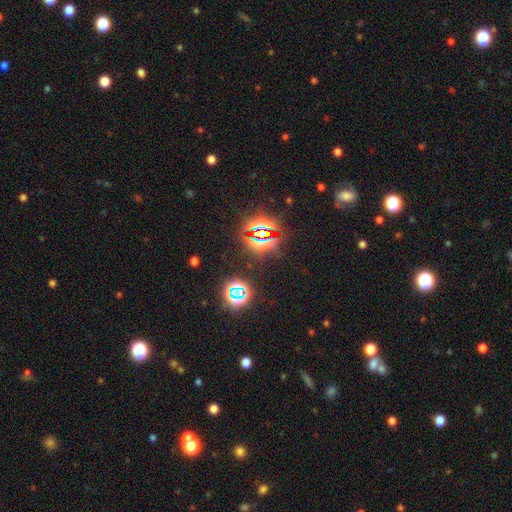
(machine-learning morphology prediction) Smooth or featured?
  - star or artifact: 77% *
  - smooth: 15%
  - featured or disk: 7%